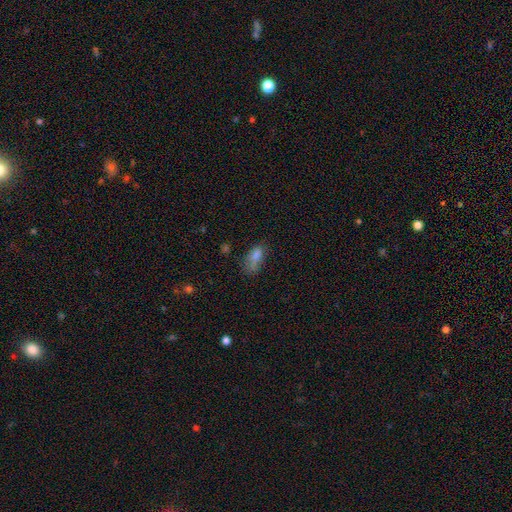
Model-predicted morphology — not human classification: This appears to be a smooth galaxy with no disk features (73%) that is in between round and cigar-shaped (76%). Merging: none (46%).